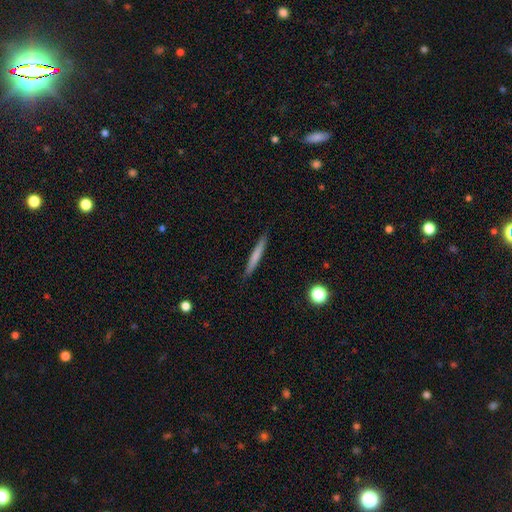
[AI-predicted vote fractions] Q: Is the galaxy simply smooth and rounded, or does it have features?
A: smooth — 68%.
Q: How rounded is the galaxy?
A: cigar-shaped — 96%.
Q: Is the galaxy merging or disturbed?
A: none — 90%.